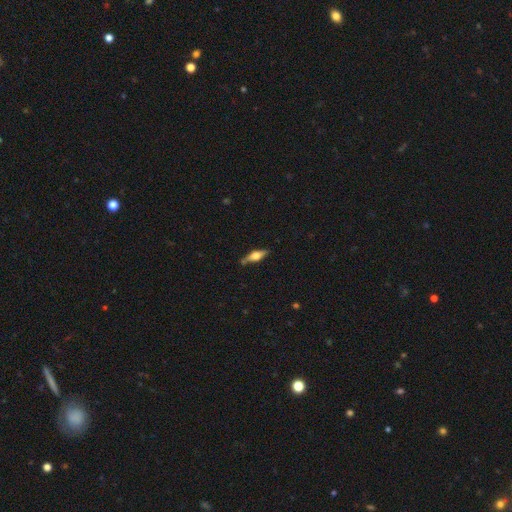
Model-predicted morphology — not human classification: This is likely a featured or disk galaxy (60%). It is clearly viewed edge-on (94%). Edge-on bulge: clearly rounded (89%). Merging: likely none (78%).